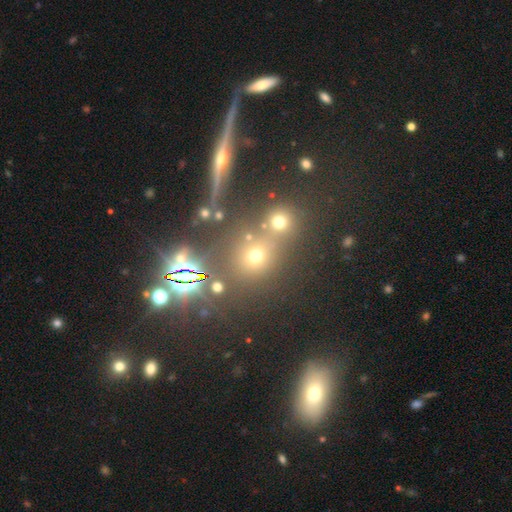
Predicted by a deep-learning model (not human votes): A star or artifact, not a galaxy (40%).

Vote fractions:
- Smooth or featured? star or artifact: 40% / smooth: 39% / featured or disk: 21%